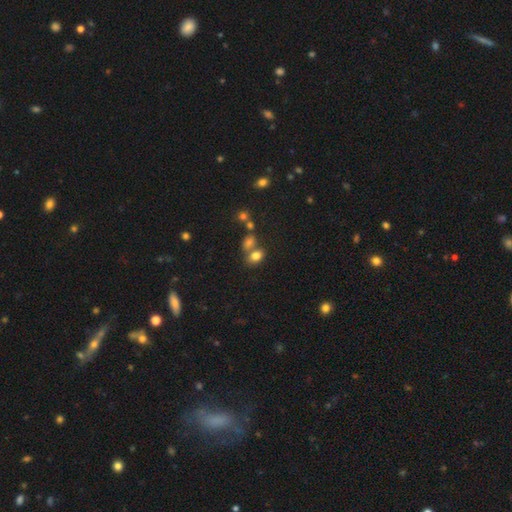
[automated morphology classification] type=smooth (77%); roundness=in between (71%); merging=none (45%).